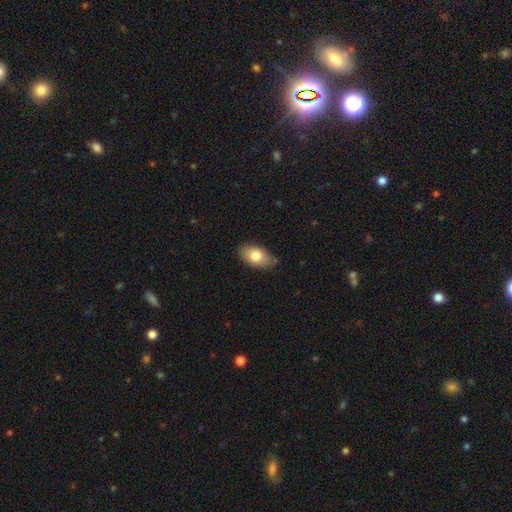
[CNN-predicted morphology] Q: Smooth or featured?
A: smooth (79%); runner-up: featured or disk (14%)
Q: How rounded?
A: in between (92%); runner-up: round (6%)
Q: Merging?
A: none (80%); runner-up: minor disturbance (16%)